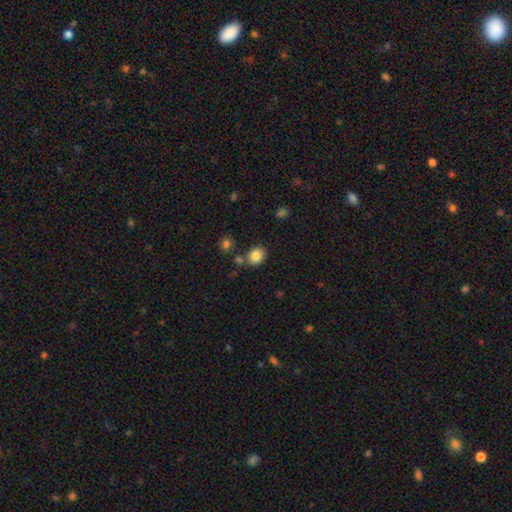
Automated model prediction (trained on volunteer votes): Smooth or featured? Predicted: smooth (p=0.84). How rounded? Predicted: round (p=0.59). Merging? Predicted: none (p=0.75).